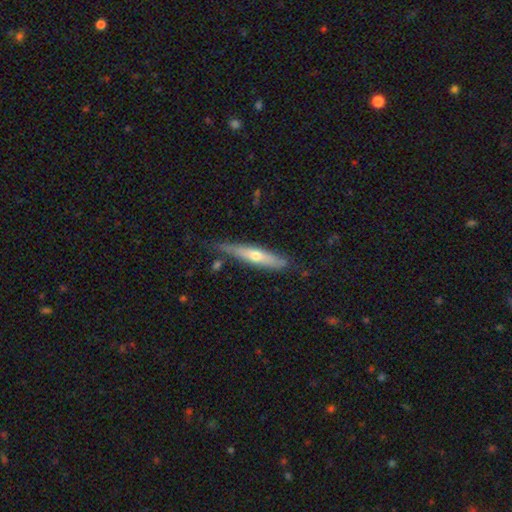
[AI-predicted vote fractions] Overall: featured or disk (53%; smooth 41%). Edge-on disk: yes (85%). Merging: none (67%).